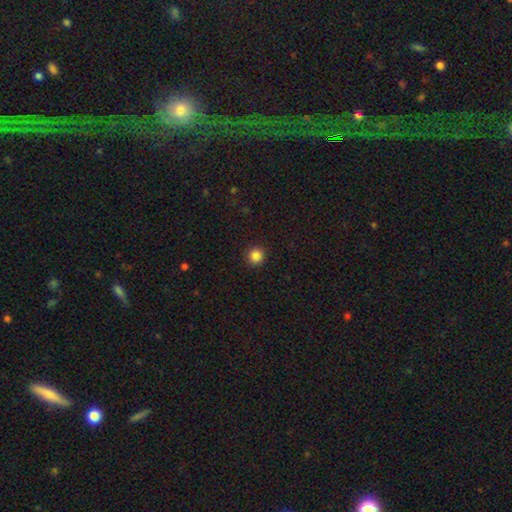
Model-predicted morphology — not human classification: Smooth or featured?
  - smooth: 86% *
  - star or artifact: 11%
  - featured or disk: 3%
How rounded?
  - round: 93% *
  - in between: 6%
  - cigar-shaped: 1%
Merging?
  - none: 92% *
  - minor disturbance: 5%
  - major disturbance: 2%
  - merger: 1%